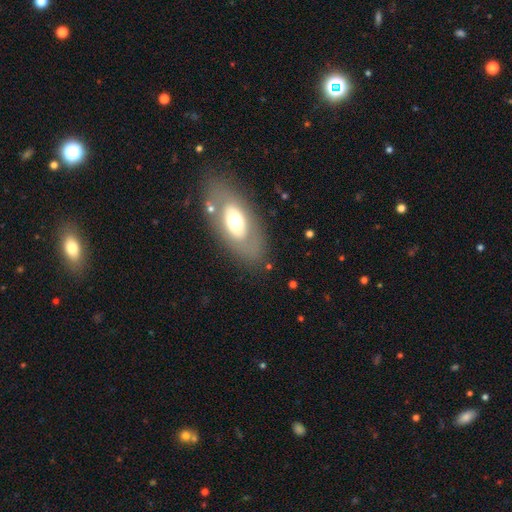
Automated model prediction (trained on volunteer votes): Morphology: type=smooth (47%); merging=none (78%).